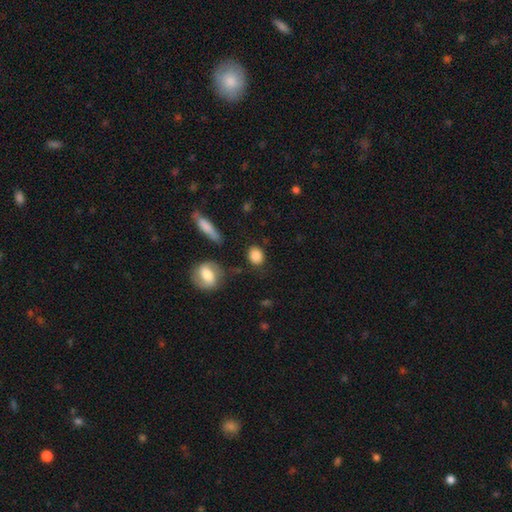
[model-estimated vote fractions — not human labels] Q: Smooth or featured?
A: smooth (85%); runner-up: star or artifact (8%)
Q: How rounded?
A: round (60%); runner-up: in between (37%)
Q: Merging?
A: none (79%); runner-up: minor disturbance (12%)